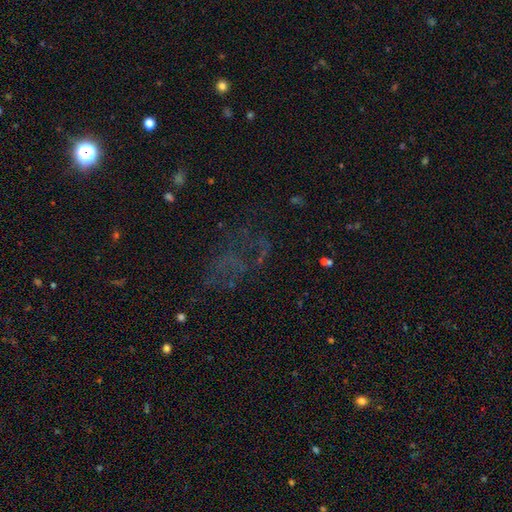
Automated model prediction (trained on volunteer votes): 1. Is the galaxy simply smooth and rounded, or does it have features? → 41% star or artifact, 32% featured or disk, 26% smooth.